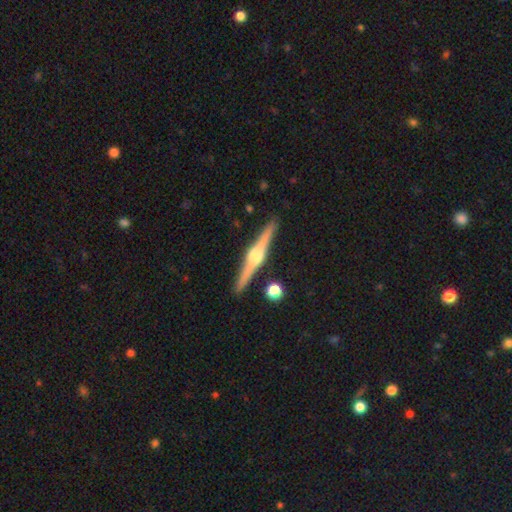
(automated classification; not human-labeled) Smooth or featured: featured or disk — 84% (smooth — 11%)
Edge-on disk: yes — 99% (no — 1%)
Edge-on bulge: rounded — 93% (boxy — 5%)
Merging: none — 91% (minor disturbance — 6%)